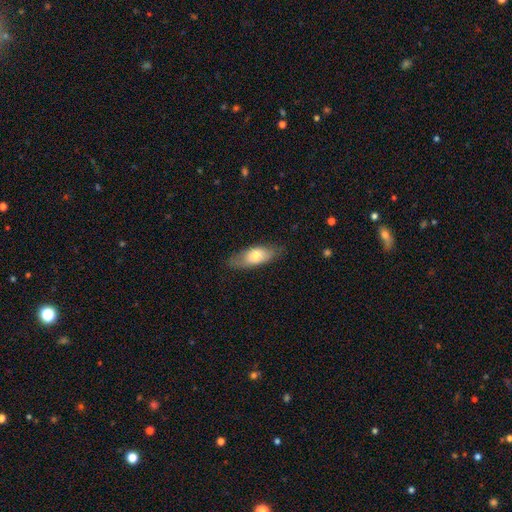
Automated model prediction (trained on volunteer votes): Smooth or featured? Predicted: smooth (p=0.67). How rounded? Predicted: in between (p=0.77). Merging? Predicted: none (p=0.75).